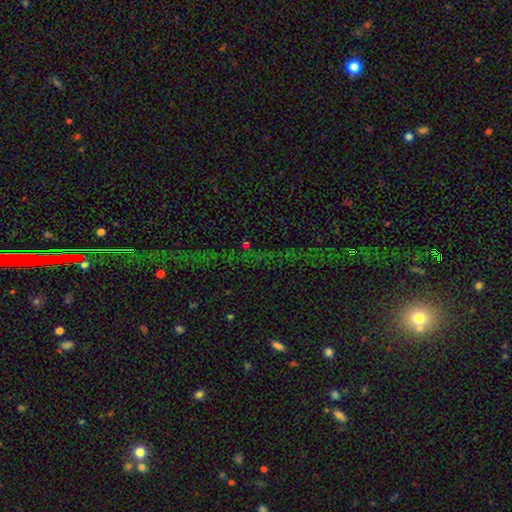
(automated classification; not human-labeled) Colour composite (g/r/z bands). It shows a star or artifact, not a galaxy (72%).